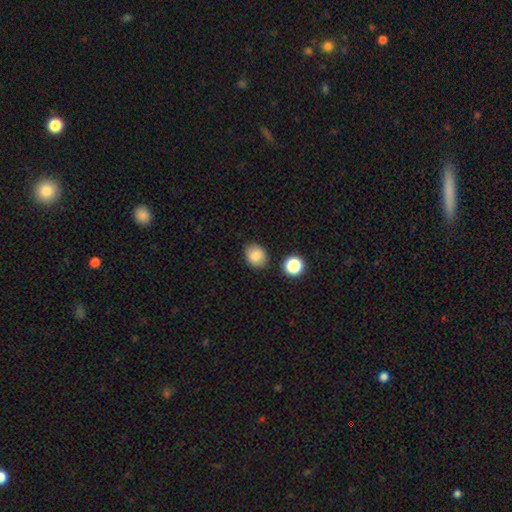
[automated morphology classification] smooth-or-featured: smooth: 85% | star or artifact: 10% | featured or disk: 6%
  how-rounded: in between: 50% | round: 49% | cigar-shaped: 1%
  merging: none: 84% | minor disturbance: 10% | merger: 3% | major disturbance: 3%